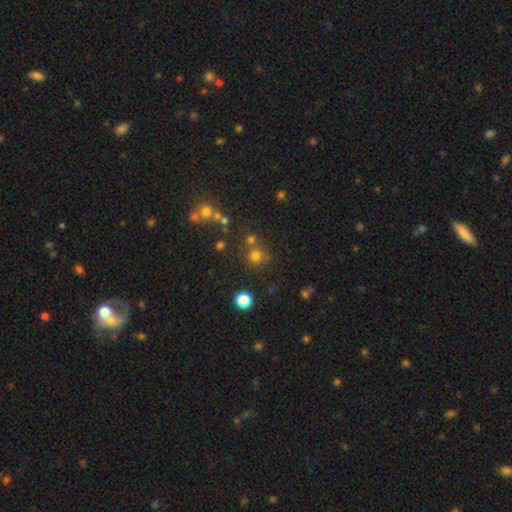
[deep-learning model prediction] A smooth galaxy with no disk features (71%) that is round (91%).

Vote fractions:
- Smooth or featured? smooth: 71% / star or artifact: 21% / featured or disk: 8%
- How rounded? round: 91% / in between: 8% / cigar-shaped: 1%
- Merging? none: 69% / merger: 18% / minor disturbance: 9% / major disturbance: 4%